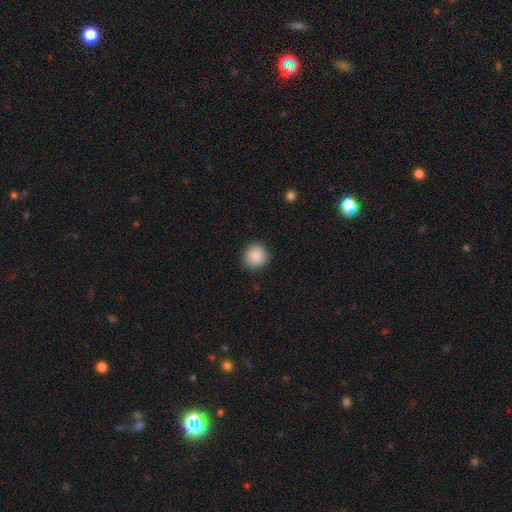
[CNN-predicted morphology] Smooth or featured: smooth — 88% (star or artifact — 8%)
How rounded: round — 90% (in between — 9%)
Merging: none — 89% (minor disturbance — 8%)